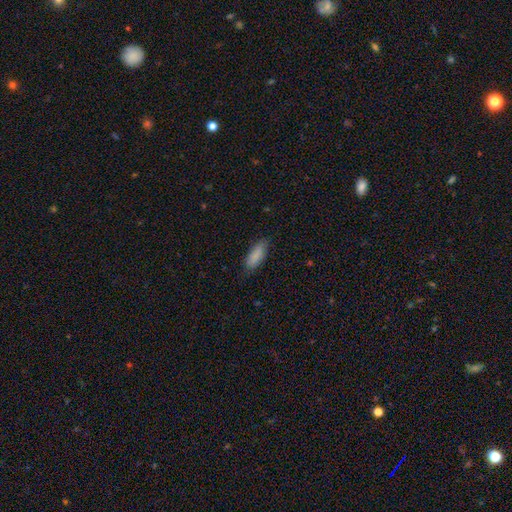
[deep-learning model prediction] Smooth or featured: smooth — 87% (featured or disk — 7%)
How rounded: in between — 66% (cigar-shaped — 32%)
Merging: none — 79% (minor disturbance — 16%)